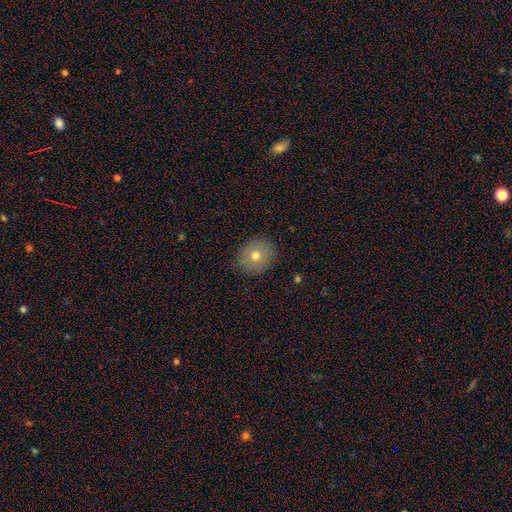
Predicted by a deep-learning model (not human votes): Smooth or featured? Predicted: smooth (p=0.69). How rounded? Predicted: round (p=0.73). Merging? Predicted: none (p=0.87).